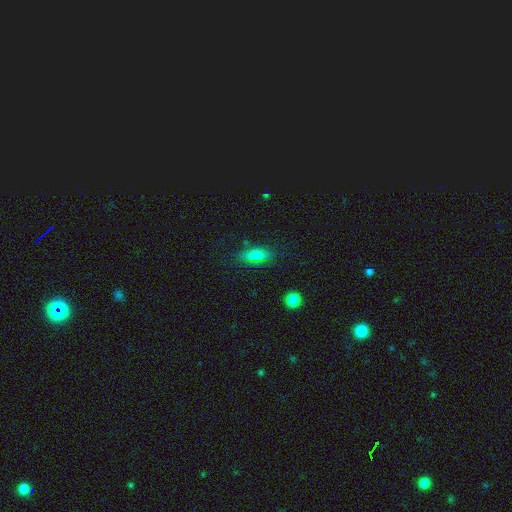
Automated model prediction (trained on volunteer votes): Morphology: type=smooth (70%); roundness=in between (81%); merging=none (77%).